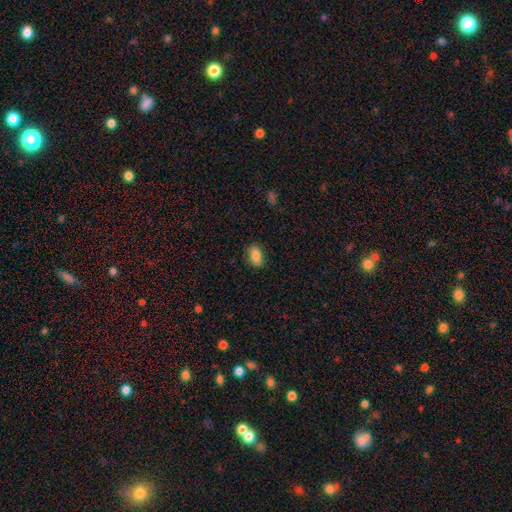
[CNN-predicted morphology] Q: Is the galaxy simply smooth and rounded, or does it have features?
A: smooth — 84%.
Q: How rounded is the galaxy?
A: in between — 87%.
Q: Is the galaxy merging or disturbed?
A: none — 86%.